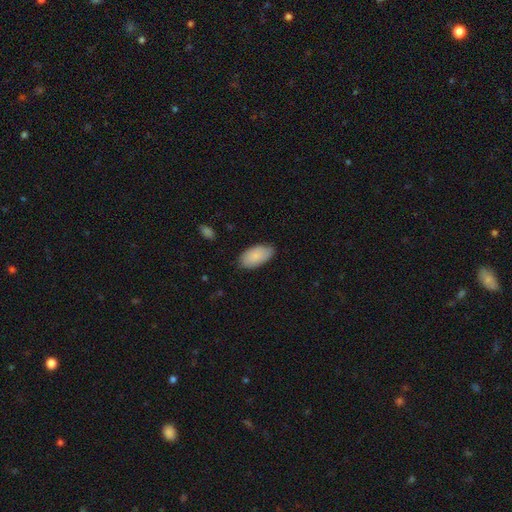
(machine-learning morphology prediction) Smooth or featured?
  - smooth: 86% *
  - featured or disk: 8%
  - star or artifact: 6%
How rounded?
  - in between: 95% *
  - cigar-shaped: 3%
  - round: 2%
Merging?
  - none: 82% *
  - minor disturbance: 15%
  - major disturbance: 3%
  - merger: 1%